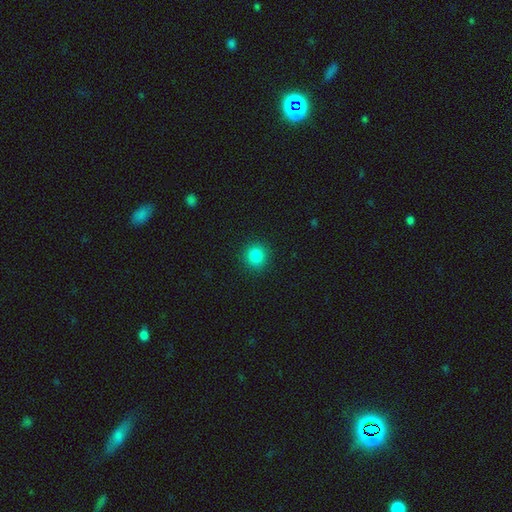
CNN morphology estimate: Q: Smooth or featured?
A: smooth (84%); runner-up: star or artifact (12%)
Q: How rounded?
A: round (91%); runner-up: in between (8%)
Q: Merging?
A: none (91%); runner-up: minor disturbance (6%)